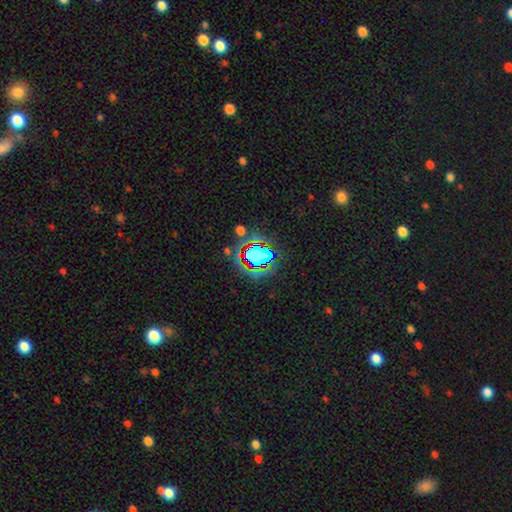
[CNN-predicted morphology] This is possibly a star or artifact rather than a galaxy (51%).